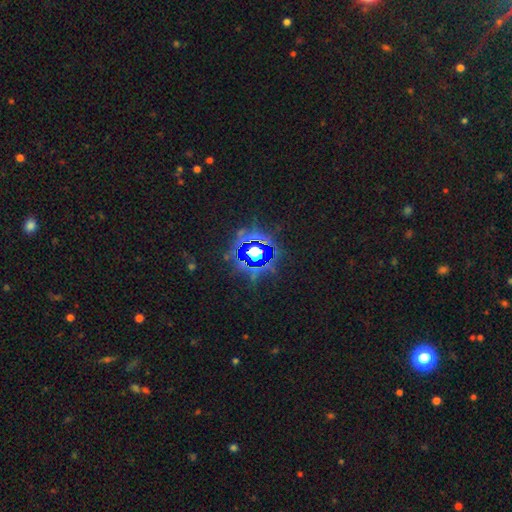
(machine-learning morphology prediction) The model was most divided on "smooth or featured": star or artifact: 84%, smooth: 10%, featured or disk: 6%.